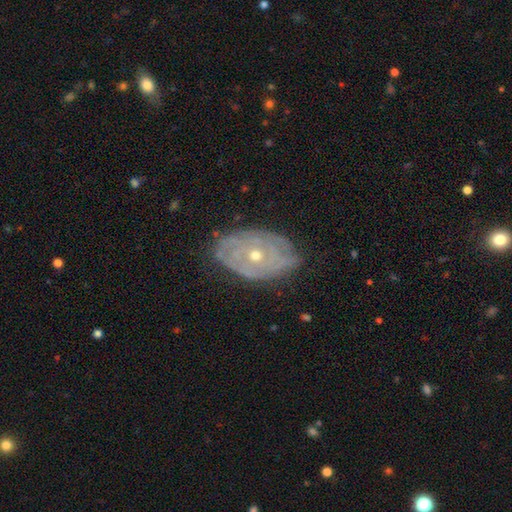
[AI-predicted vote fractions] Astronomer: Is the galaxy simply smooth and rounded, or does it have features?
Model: featured or disk — 78%.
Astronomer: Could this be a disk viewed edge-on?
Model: no — 94%.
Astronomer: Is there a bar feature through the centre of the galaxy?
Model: no — 87%.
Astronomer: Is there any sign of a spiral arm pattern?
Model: yes — 74%.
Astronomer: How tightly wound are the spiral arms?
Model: tight — 79%.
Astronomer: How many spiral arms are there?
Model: can't tell — 59%.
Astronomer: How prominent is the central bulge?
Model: small — 49%, tied with moderate at 49%.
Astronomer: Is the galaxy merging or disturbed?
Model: none — 71%.